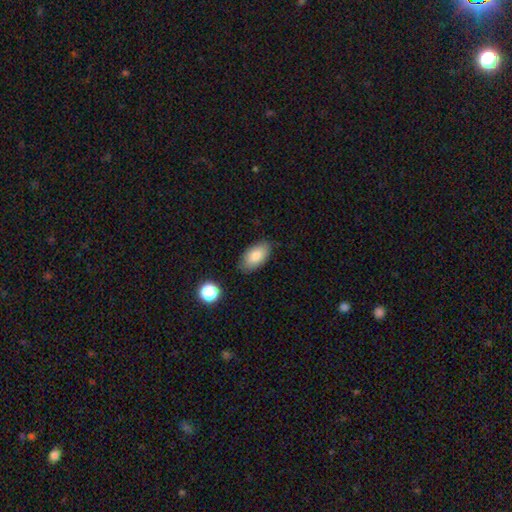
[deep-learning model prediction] Smooth or featured? Predicted: smooth (p=0.84). How rounded? Predicted: in between (p=0.94). Merging? Predicted: none (p=0.83).